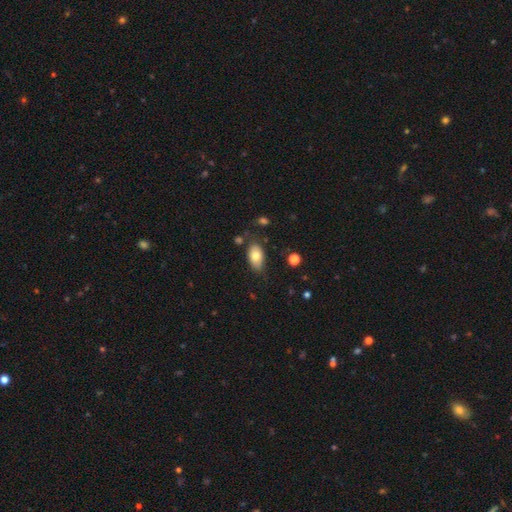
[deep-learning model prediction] A smooth galaxy with no disk features (77%) that is in between round and cigar-shaped (92%).

Vote fractions:
- Smooth or featured? smooth: 77% / featured or disk: 16% / star or artifact: 8%
- How rounded? in between: 92% / round: 6% / cigar-shaped: 2%
- Merging? none: 71% / minor disturbance: 20% / major disturbance: 5% / merger: 4%